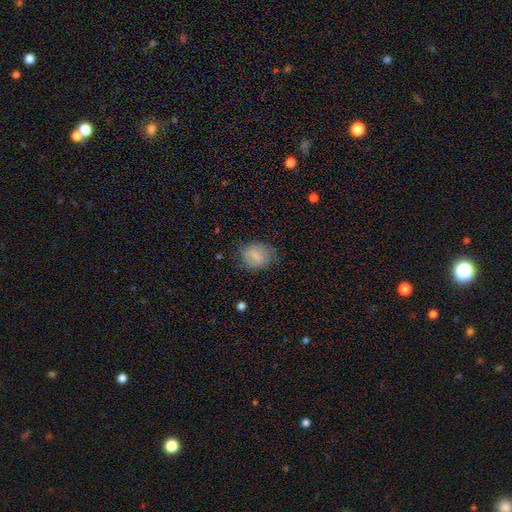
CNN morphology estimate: Overall: smooth (67%). How rounded: in between (57%; round 42%). Merging: none (70%).